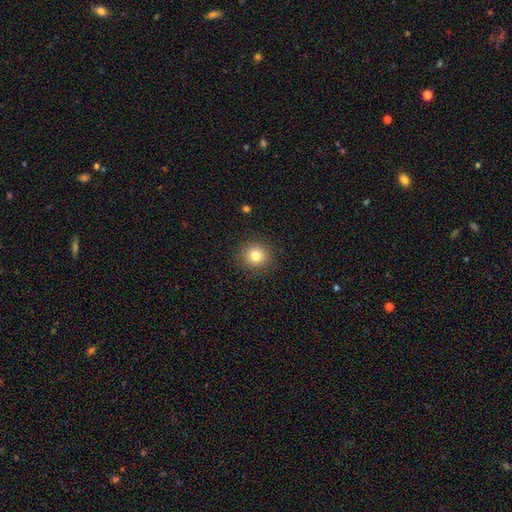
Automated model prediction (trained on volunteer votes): The model was most divided on "smooth or featured": smooth: 80%, star or artifact: 12%, featured or disk: 8%. More confident: merging — none (90%); how rounded — round (90%).